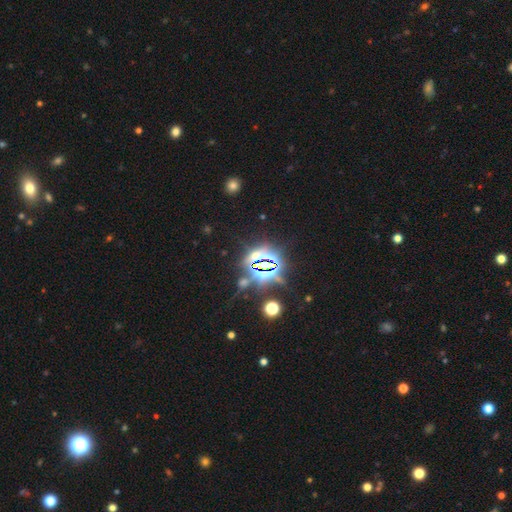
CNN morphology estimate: Smooth or featured: star or artifact — 79% (smooth — 13%)